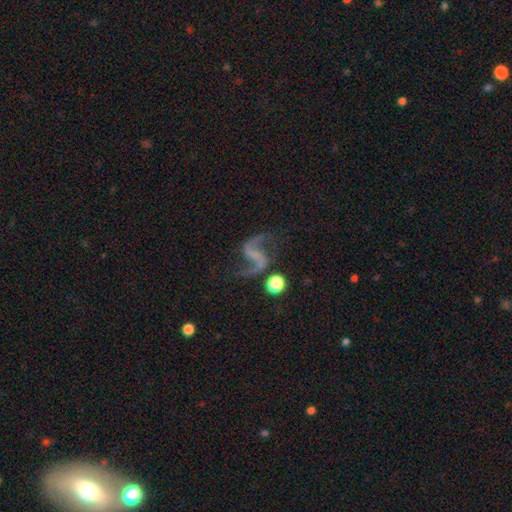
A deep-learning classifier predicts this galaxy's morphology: Smooth or featured? featured or disk (88%)
Edge-on disk? no (98%)
Bar? weak (37%)
Spiral arms? yes (96%)
Spiral winding? loose (78%)
Spiral arm count? 2 (93%)
Bulge size? none (67%)
Merging? none (72%)